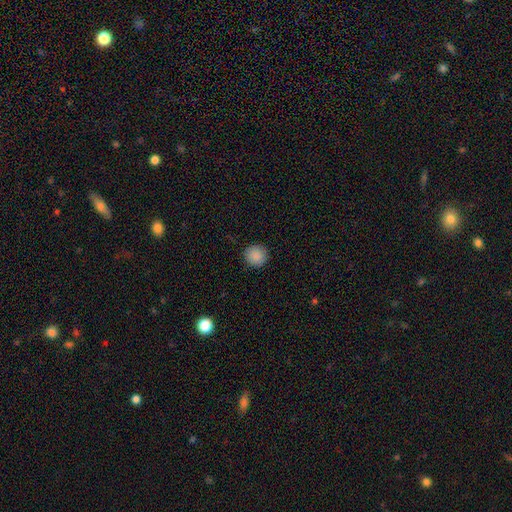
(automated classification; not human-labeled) This appears to be a smooth galaxy with no disk features (89%) that is round (94%). Merging: none (92%).